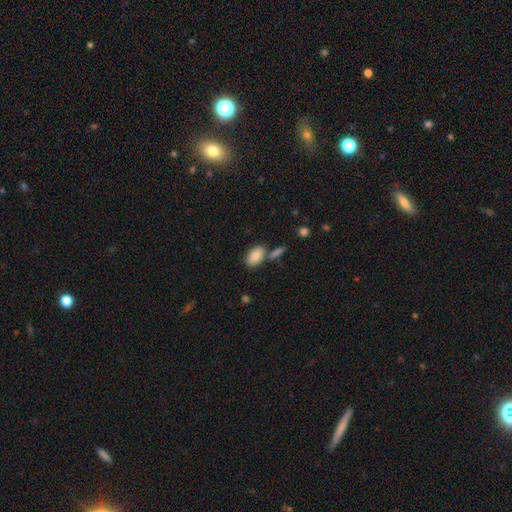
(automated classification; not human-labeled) This appears to be a smooth galaxy with no disk features (86%) that is in between round and cigar-shaped (92%). Merging: none (64%).